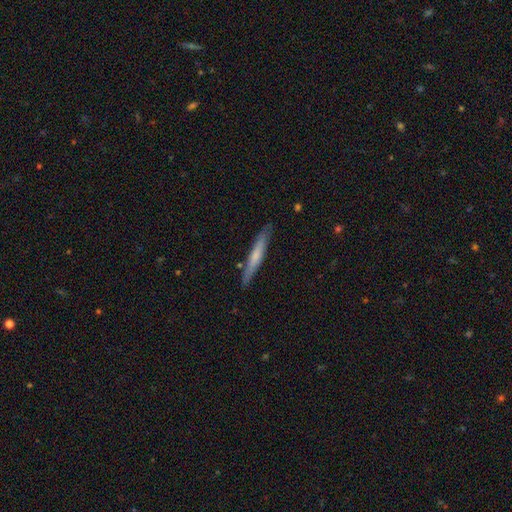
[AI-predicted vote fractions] smooth_or_featured: smooth (p=0.53) [alt: featured or disk p=0.41]
how_rounded: cigar-shaped (p=0.95) [alt: in between p=0.04]
merging: none (p=0.86) [alt: minor disturbance p=0.11]